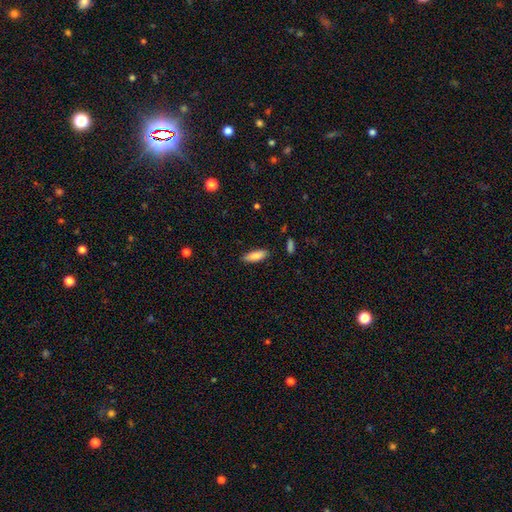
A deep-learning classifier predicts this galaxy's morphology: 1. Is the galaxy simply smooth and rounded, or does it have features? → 84% smooth, 10% featured or disk, 6% star or artifact.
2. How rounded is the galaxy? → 62% in between, 37% cigar-shaped, 2% round.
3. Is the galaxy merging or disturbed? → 85% none, 11% minor disturbance, 2% major disturbance, 2% merger.